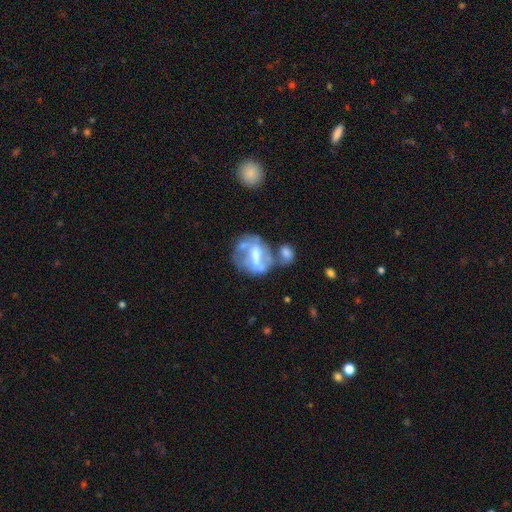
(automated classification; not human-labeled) Smooth or featured? featured or disk (61%)
Edge-on disk? no (95%)
Bar? strong (42%)
Spiral arms? no (69%)
Bulge size? moderate (42%)
Merging? none (33%)